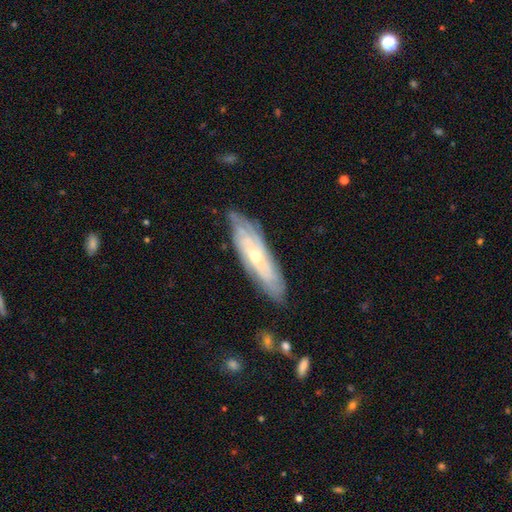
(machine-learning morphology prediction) Smooth or featured: featured or disk — 74% (smooth — 20%)
Edge-on disk: no — 71% (yes — 29%)
Bar: no — 71% (weak — 22%)
Spiral arms: yes — 84% (no — 16%)
Bulge size: small — 57% (moderate — 39%)
Merging: none — 77% (minor disturbance — 18%)